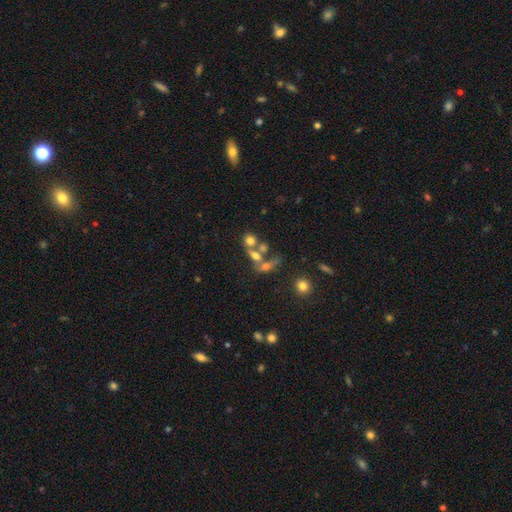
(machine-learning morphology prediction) Q: Smooth or featured?
A: smooth (54%); runner-up: featured or disk (29%)
Q: How rounded?
A: round (47%); tied with: in between (47%)
Q: Merging?
A: merger (55%); runner-up: none (26%)